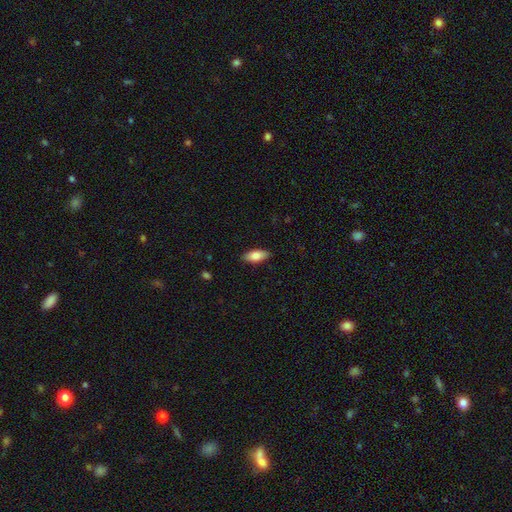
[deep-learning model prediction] smooth-or-featured: smooth: 80% | featured or disk: 13% | star or artifact: 6%
  how-rounded: in between: 83% | cigar-shaped: 15% | round: 2%
  merging: none: 87% | minor disturbance: 10% | major disturbance: 2% | merger: 1%